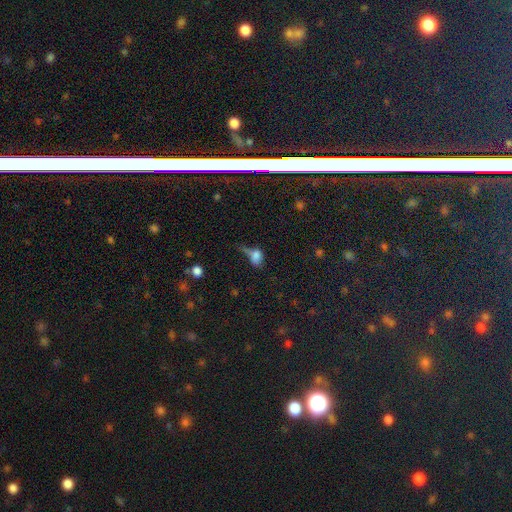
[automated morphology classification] Smooth or featured: smooth — 70% (star or artifact — 15%)
How rounded: in between — 73% (round — 23%)
Merging: major disturbance — 31% (none — 26%)